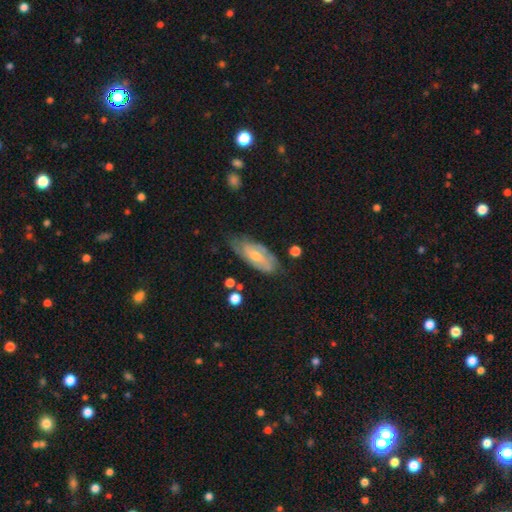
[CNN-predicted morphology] This appears to be a featured or disk galaxy (61%) with no bar (52%), spiral arms (80%) and a moderate central bulge (54%). Merging: none (69%).